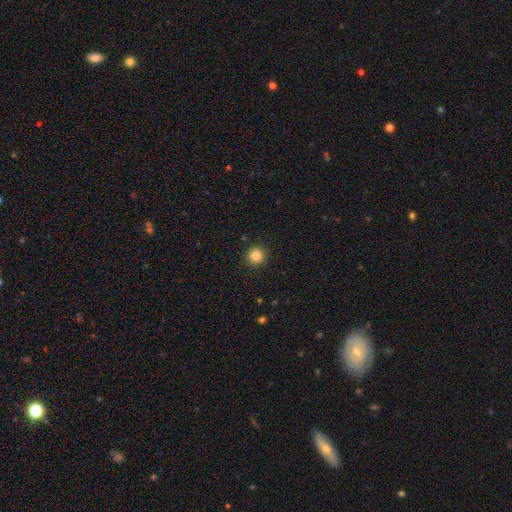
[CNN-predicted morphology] Smooth or featured: smooth — 85% (star or artifact — 11%)
How rounded: round — 94% (in between — 5%)
Merging: none — 92% (minor disturbance — 5%)